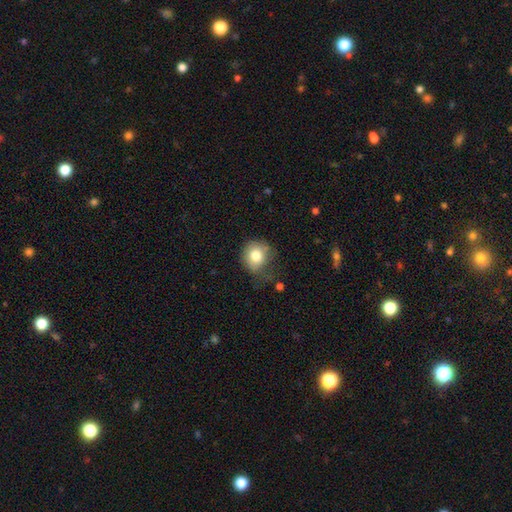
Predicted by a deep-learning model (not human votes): Smooth or featured: smooth — 79% (featured or disk — 12%)
How rounded: round — 79% (in between — 20%)
Merging: none — 53% (minor disturbance — 31%)